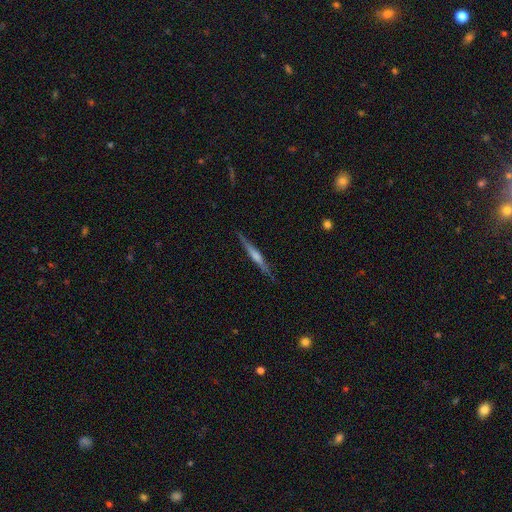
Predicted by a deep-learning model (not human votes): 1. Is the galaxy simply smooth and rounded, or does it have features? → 70% featured or disk, 24% smooth, 6% star or artifact.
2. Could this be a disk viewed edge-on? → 98% yes, 2% no.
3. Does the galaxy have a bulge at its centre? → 56% rounded, 22% none, 22% boxy.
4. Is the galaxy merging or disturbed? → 88% none, 9% minor disturbance, 2% major disturbance, 1% merger.